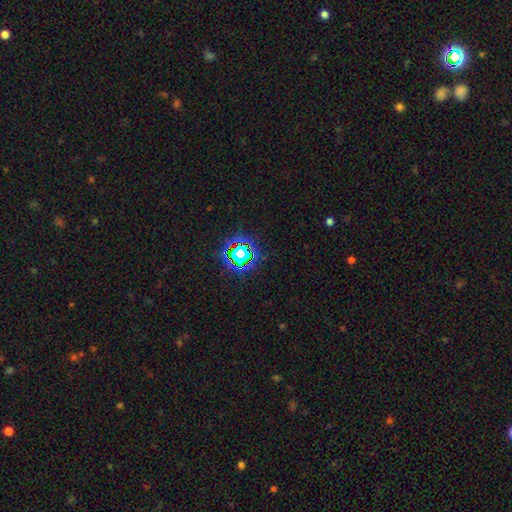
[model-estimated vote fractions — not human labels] A star or artifact, not a galaxy (78%).